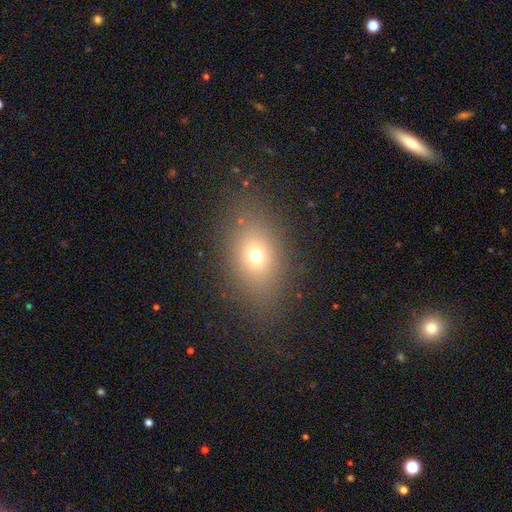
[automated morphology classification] smooth_or_featured: smooth (p=0.68) [alt: star or artifact p=0.18]
how_rounded: in between (p=0.68) [alt: round p=0.30]
merging: none (p=0.81) [alt: minor disturbance p=0.11]